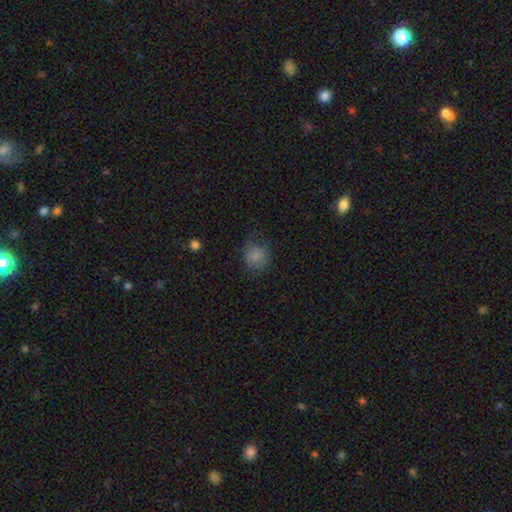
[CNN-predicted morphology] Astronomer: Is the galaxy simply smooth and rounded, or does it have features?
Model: smooth — 81%.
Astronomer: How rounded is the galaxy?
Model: round — 80%.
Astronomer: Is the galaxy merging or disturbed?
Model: none — 66%.